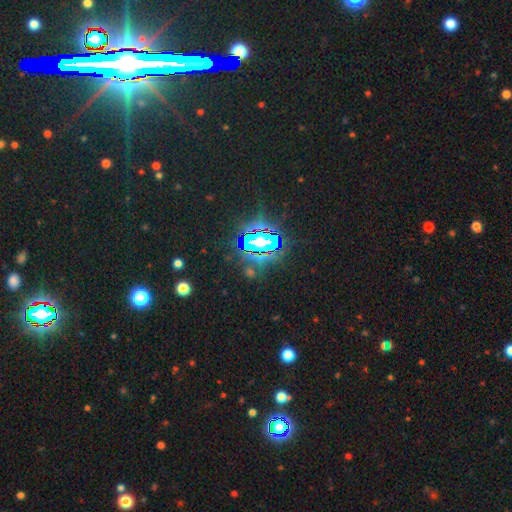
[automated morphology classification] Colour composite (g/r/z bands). It shows a star or artifact, not a galaxy (82%).